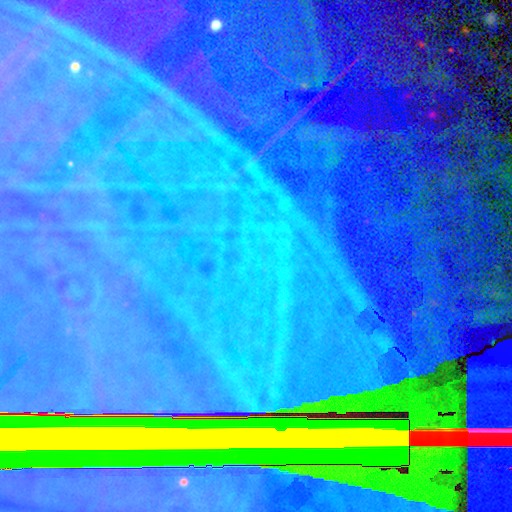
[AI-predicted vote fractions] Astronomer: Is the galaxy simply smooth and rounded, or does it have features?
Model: star or artifact — 87%.